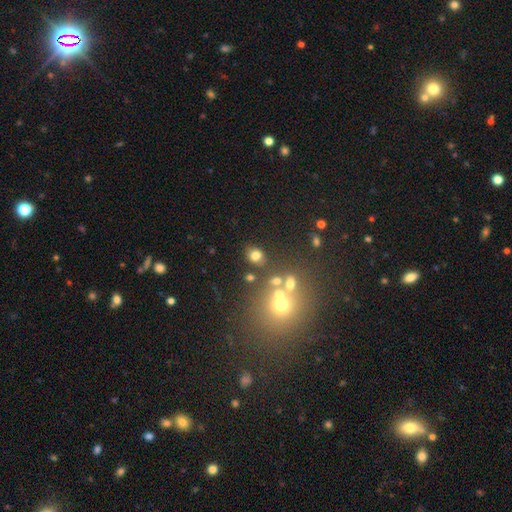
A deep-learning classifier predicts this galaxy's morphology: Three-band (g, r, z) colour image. It shows a smooth galaxy with no disk features (74%) that is round (63%). Merging: none (76%).